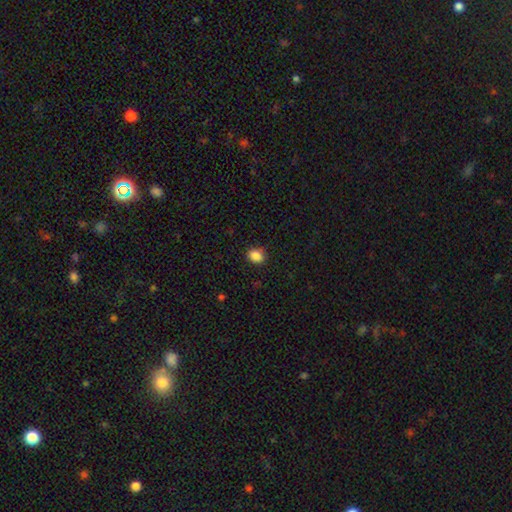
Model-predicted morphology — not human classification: smooth 86%, star or artifact 10%, featured or disk 4%. Down the decision tree: how rounded — round (55%); merging — none (87%).